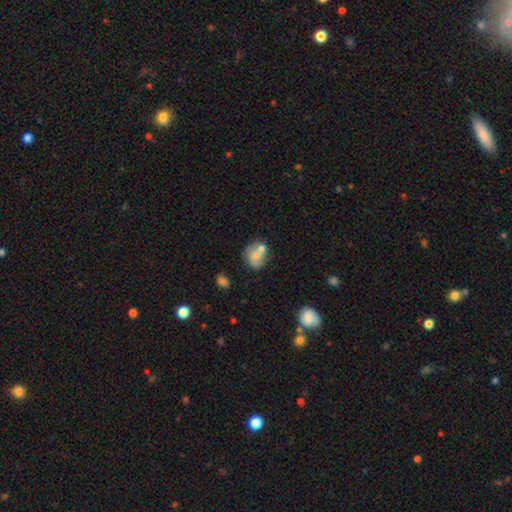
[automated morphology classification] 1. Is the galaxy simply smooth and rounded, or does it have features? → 60% smooth, 31% featured or disk, 9% star or artifact.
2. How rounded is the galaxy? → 55% round, 44% in between, 1% cigar-shaped.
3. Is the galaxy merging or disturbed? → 41% merger, 37% none, 16% minor disturbance, 6% major disturbance.